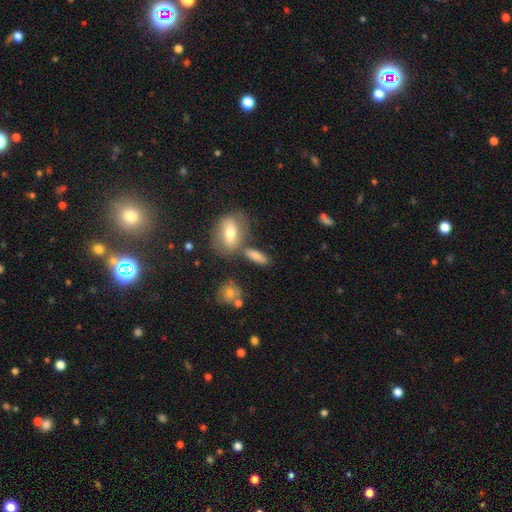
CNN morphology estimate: Q: Smooth or featured?
A: smooth (78%); runner-up: featured or disk (14%)
Q: How rounded?
A: in between (67%); runner-up: cigar-shaped (27%)
Q: Merging?
A: none (64%); runner-up: merger (16%)